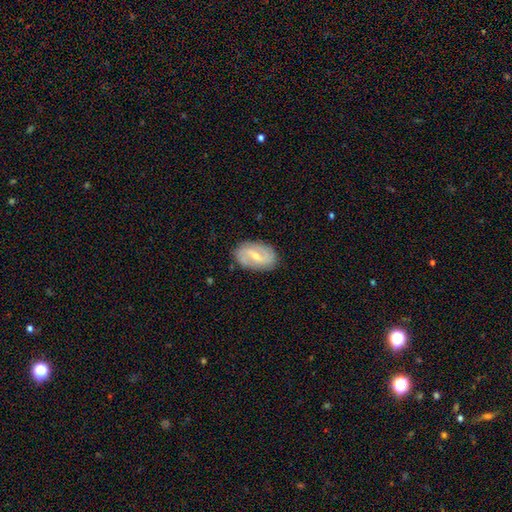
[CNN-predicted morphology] This appears to be a featured or disk galaxy (74%) with a weak bar (49%), 2 (86%) medium (40%) spiral arms (86%) and a small central bulge (57%). Merging: none (84%).